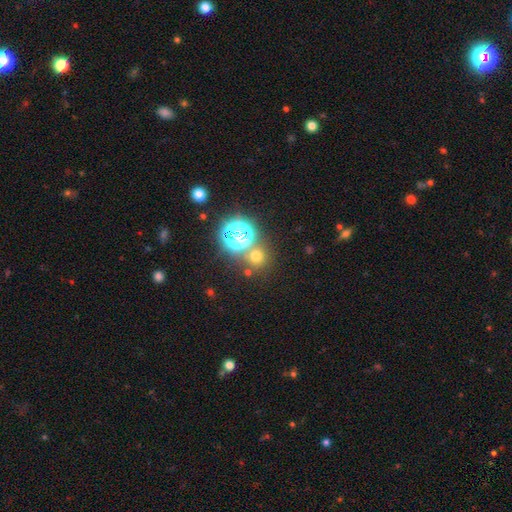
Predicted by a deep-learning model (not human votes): Smooth or featured: smooth — 54% (star or artifact — 38%)
How rounded: round — 89% (in between — 10%)
Merging: none — 72% (merger — 17%)